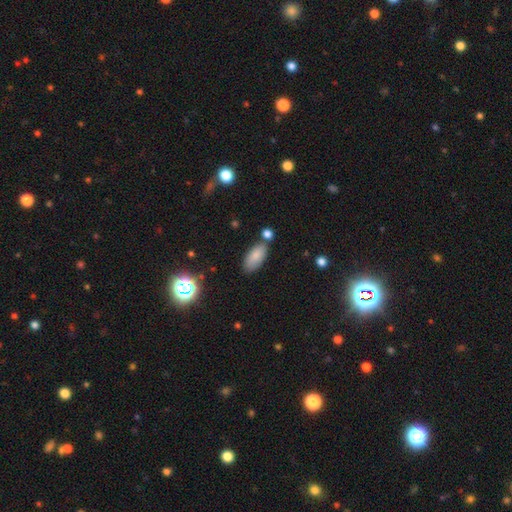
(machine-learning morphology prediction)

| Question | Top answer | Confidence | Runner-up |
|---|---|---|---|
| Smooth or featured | smooth | 83% | star or artifact (9%) |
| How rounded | in between | 88% | cigar-shaped (9%) |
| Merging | none | 70% | minor disturbance (15%) |